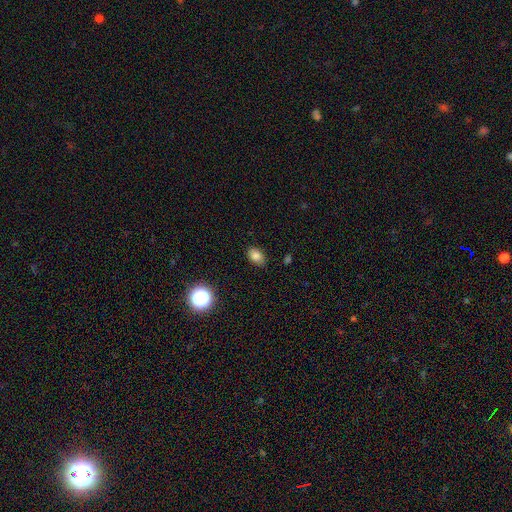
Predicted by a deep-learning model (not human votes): The model was most divided on "how rounded": in between: 79%, round: 19%, cigar-shaped: 1%. More confident: merging — none (85%); smooth or featured — smooth (81%).